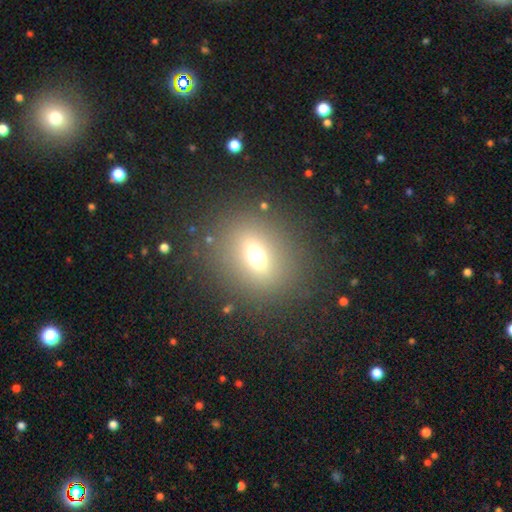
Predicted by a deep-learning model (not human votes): Q: Smooth or featured?
A: smooth (60%); runner-up: star or artifact (21%)
Q: How rounded?
A: round (48%); tied with: in between (48%)
Q: Merging?
A: none (83%); runner-up: minor disturbance (8%)